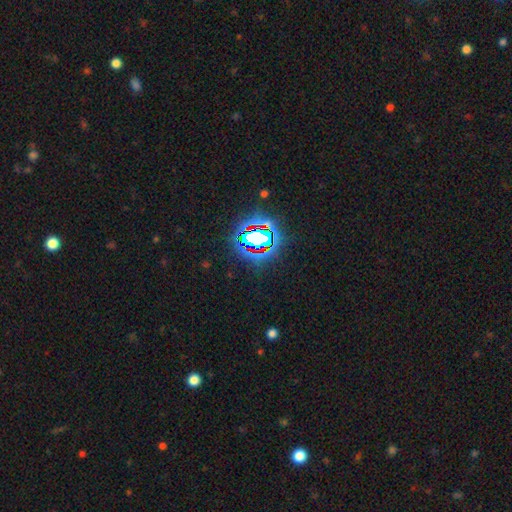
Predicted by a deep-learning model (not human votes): The model was most divided on "smooth or featured": star or artifact: 83%, smooth: 10%, featured or disk: 7%.